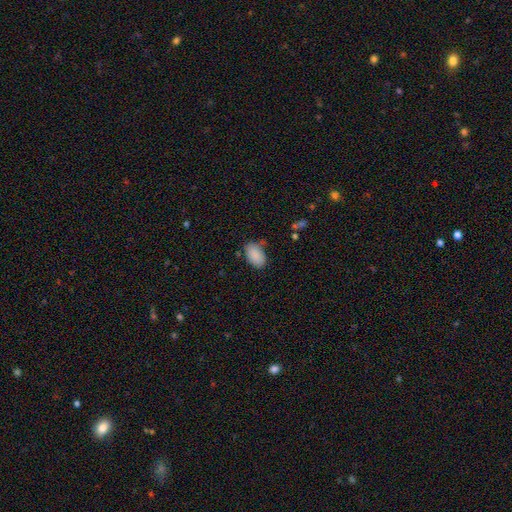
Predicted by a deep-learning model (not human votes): Smooth or featured? smooth (88%)
How rounded? in between (92%)
Merging? none (73%)